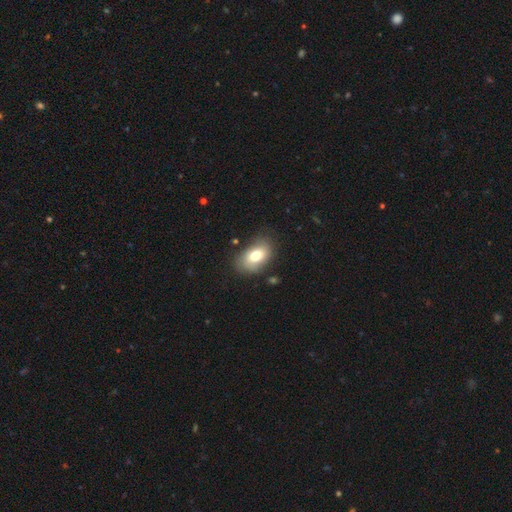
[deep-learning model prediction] Q: Smooth or featured?
A: smooth (74%); runner-up: featured or disk (17%)
Q: How rounded?
A: in between (87%); runner-up: round (12%)
Q: Merging?
A: none (76%); runner-up: minor disturbance (17%)